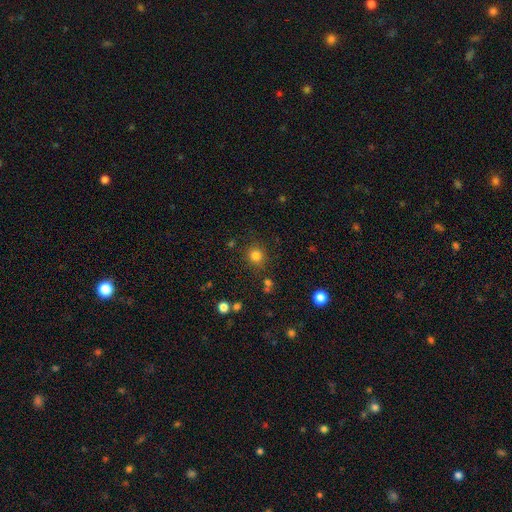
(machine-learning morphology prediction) This is clearly a smooth galaxy (81%). How rounded: clearly round (88%). Merging: clearly none (84%).